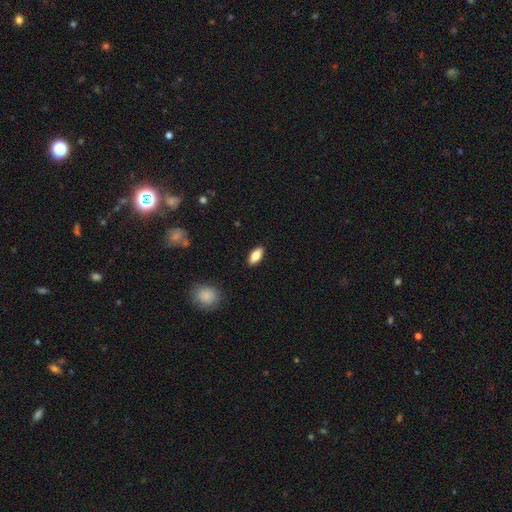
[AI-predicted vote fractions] Smooth or featured? smooth (79%)
How rounded? in between (85%)
Merging? none (89%)